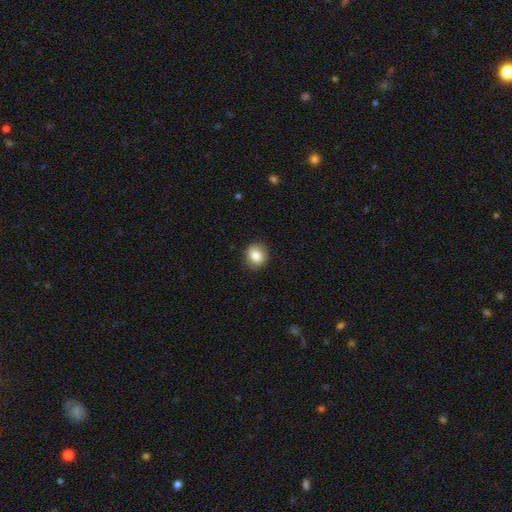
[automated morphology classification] type=smooth (83%); roundness=round (78%); merging=none (90%).